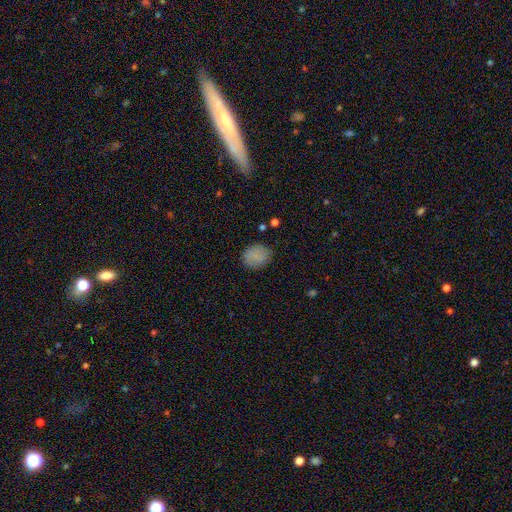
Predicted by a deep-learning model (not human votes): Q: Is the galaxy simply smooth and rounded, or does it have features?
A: smooth — 85%.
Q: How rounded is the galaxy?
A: round — 54%.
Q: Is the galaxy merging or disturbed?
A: none — 84%.